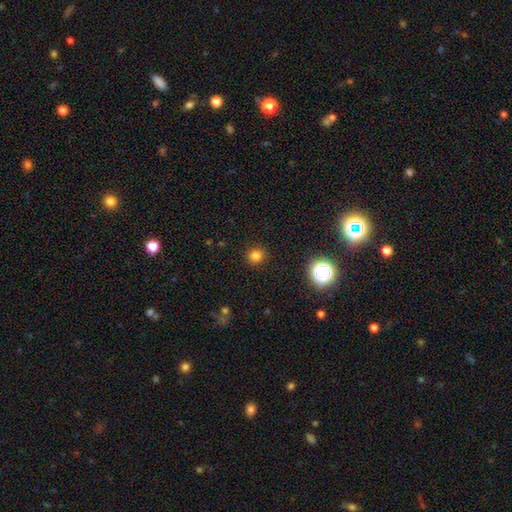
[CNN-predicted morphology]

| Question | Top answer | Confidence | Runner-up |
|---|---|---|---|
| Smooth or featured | smooth | 79% | star or artifact (16%) |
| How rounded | round | 89% | in between (10%) |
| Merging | none | 91% | minor disturbance (6%) |